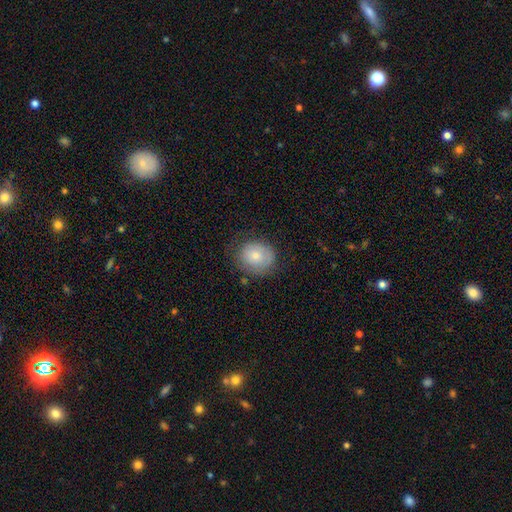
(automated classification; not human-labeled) smooth_or_featured: smooth (p=0.73) [alt: featured or disk p=0.20]
how_rounded: round (p=0.76) [alt: in between p=0.23]
merging: none (p=0.72) [alt: minor disturbance p=0.20]